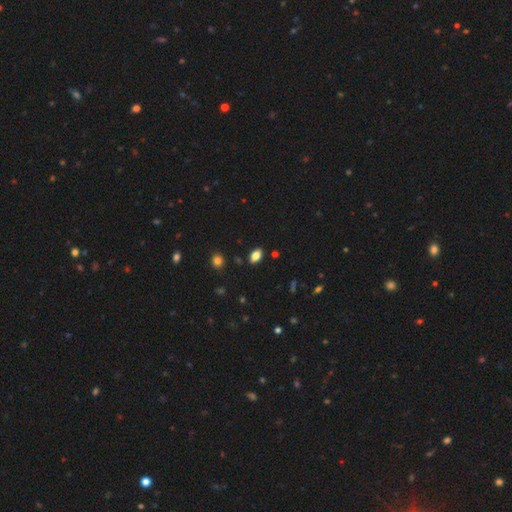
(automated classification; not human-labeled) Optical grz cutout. It shows a smooth galaxy with no disk features (82%) that is in between round and cigar-shaped (90%). Merging: none (88%).